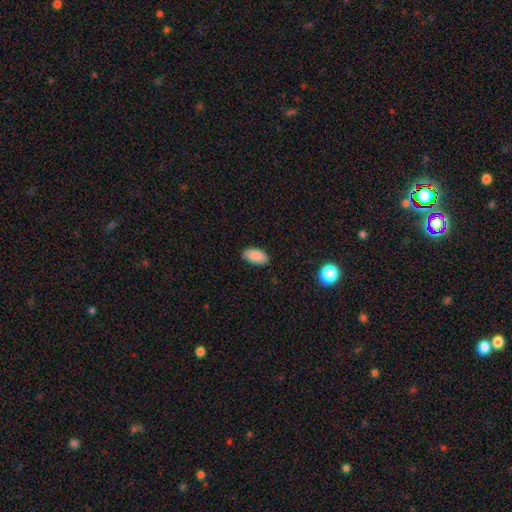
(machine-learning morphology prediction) Smooth or featured: smooth — 89% (star or artifact — 8%)
How rounded: in between — 94% (cigar-shaped — 3%)
Merging: none — 86% (minor disturbance — 11%)